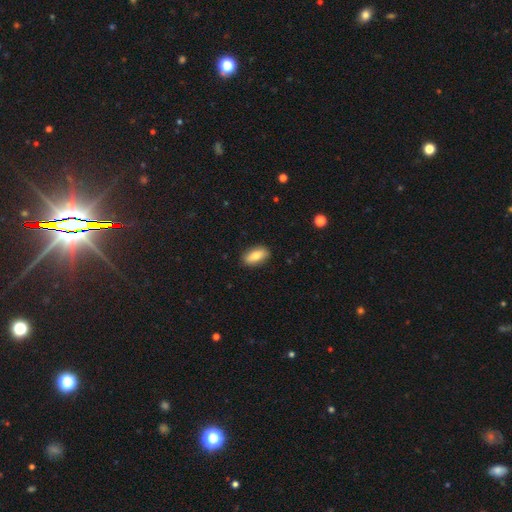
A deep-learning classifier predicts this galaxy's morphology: smooth-or-featured: smooth: 75% | featured or disk: 18% | star or artifact: 7%
  how-rounded: in between: 84% | cigar-shaped: 12% | round: 4%
  merging: none: 87% | minor disturbance: 10% | major disturbance: 2% | merger: 1%